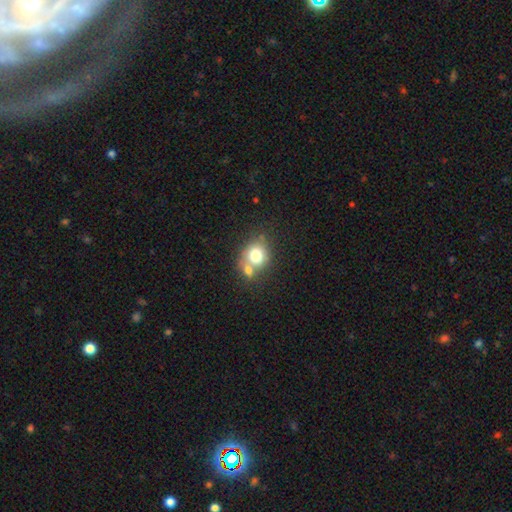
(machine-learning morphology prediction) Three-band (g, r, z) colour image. It shows a smooth galaxy with no disk features (73%) that is round (71%). Merging: none (42%, tied with merger).